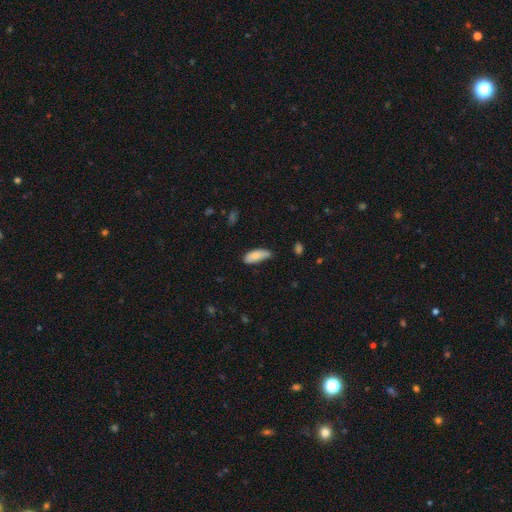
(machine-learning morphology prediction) smooth 84%, featured or disk 10%, star or artifact 7%. Down the decision tree: how rounded — in between (74%); merging — none (55%).